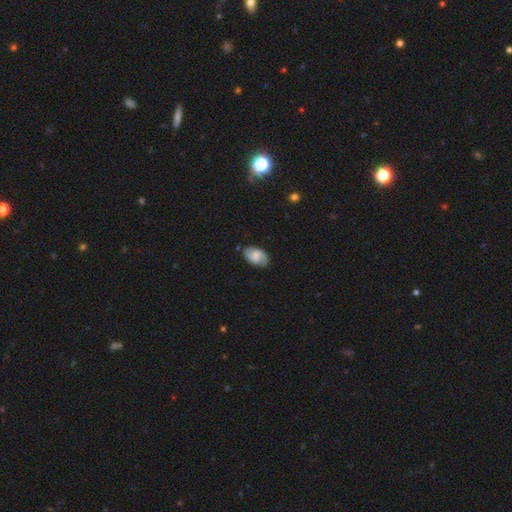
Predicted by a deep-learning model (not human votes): Smooth or featured? featured or disk (57%)
Edge-on disk? no (96%)
Bar? no (46%)
Spiral arms? yes (89%)
Bulge size? none (30%)
Merging? none (79%)